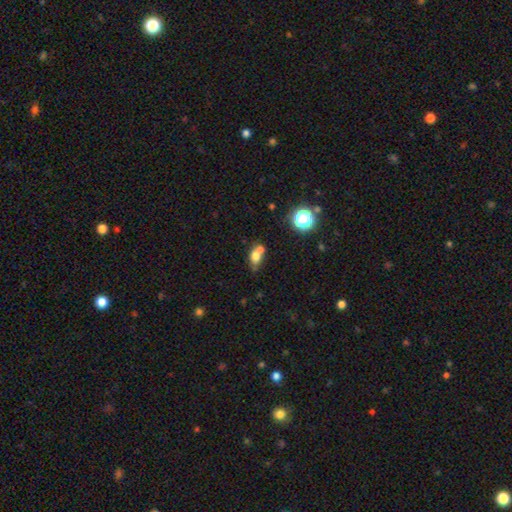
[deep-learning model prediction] smooth 70%, featured or disk 17%, star or artifact 13%. Down the decision tree: how rounded — in between (62%); merging — merger (47%).